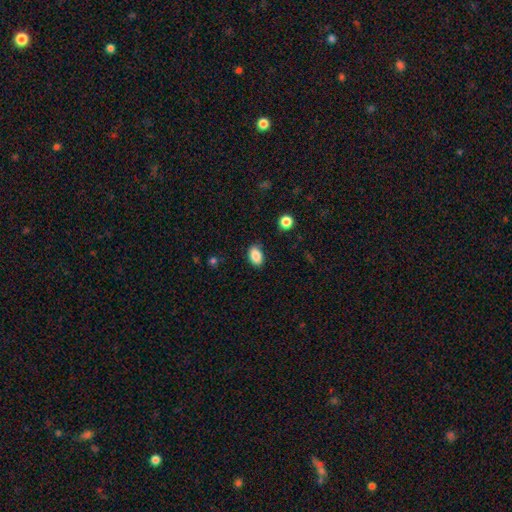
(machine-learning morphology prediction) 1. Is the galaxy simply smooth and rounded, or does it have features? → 88% smooth, 8% star or artifact, 4% featured or disk.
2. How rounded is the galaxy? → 88% in between, 10% round, 1% cigar-shaped.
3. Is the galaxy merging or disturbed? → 84% none, 12% minor disturbance, 3% major disturbance, 1% merger.